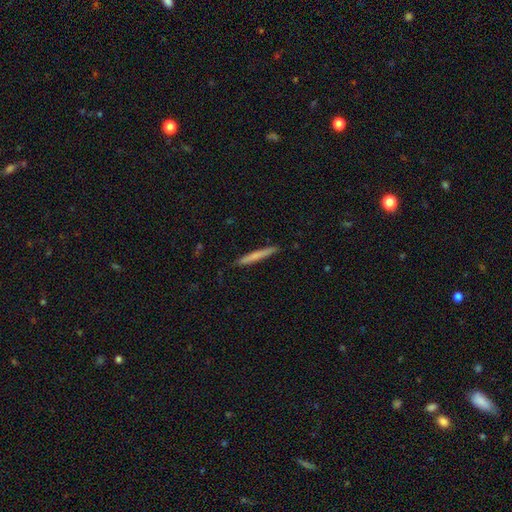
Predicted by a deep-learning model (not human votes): Smooth or featured? smooth (67%)
How rounded? cigar-shaped (97%)
Merging? none (89%)